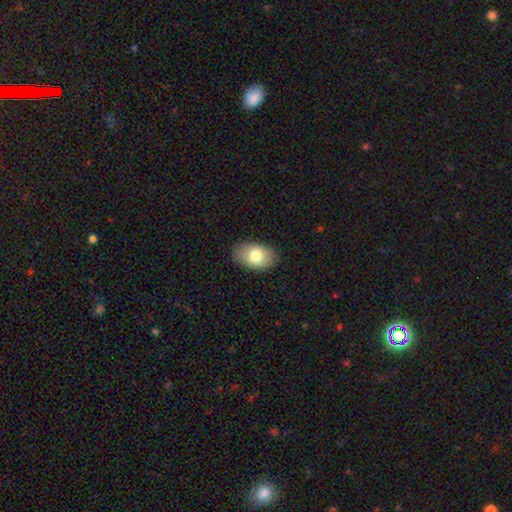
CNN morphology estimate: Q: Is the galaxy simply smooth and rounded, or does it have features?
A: smooth — 78%.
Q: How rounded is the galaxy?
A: in between — 91%.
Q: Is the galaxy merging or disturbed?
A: none — 86%.